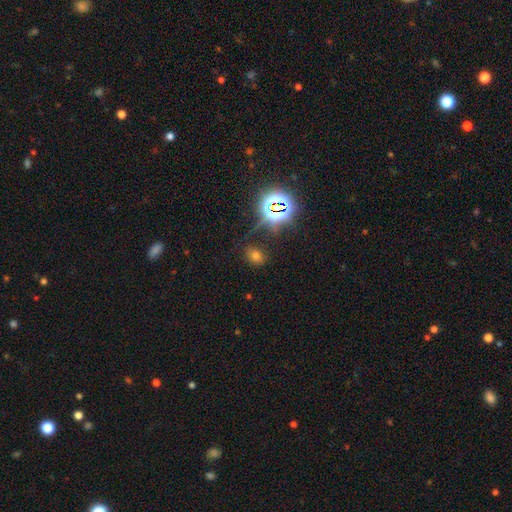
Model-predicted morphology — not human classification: This is possibly a smooth galaxy (57%). How rounded: possibly in between (57%). Merging: likely none (78%).